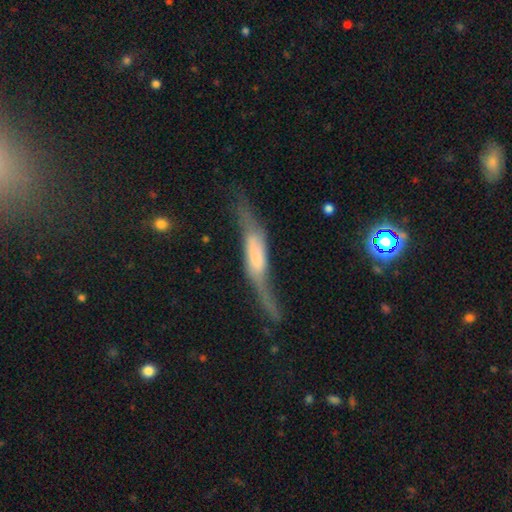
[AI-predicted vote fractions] A featured or disk galaxy (66%) viewed edge-on (69%). Merging: none (42%).